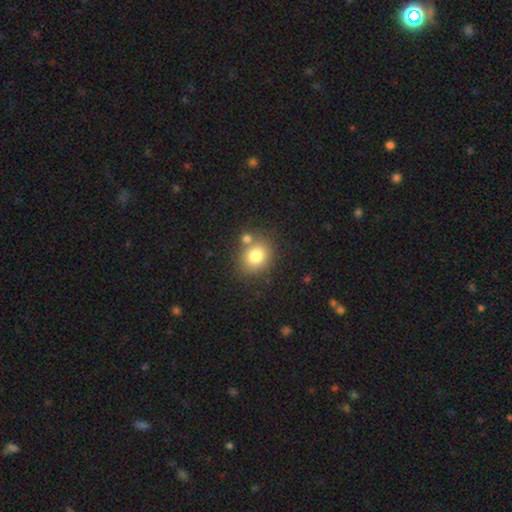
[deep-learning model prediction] This is likely a smooth galaxy (79%). How rounded: likely round (71%). Merging: likely none (67%).